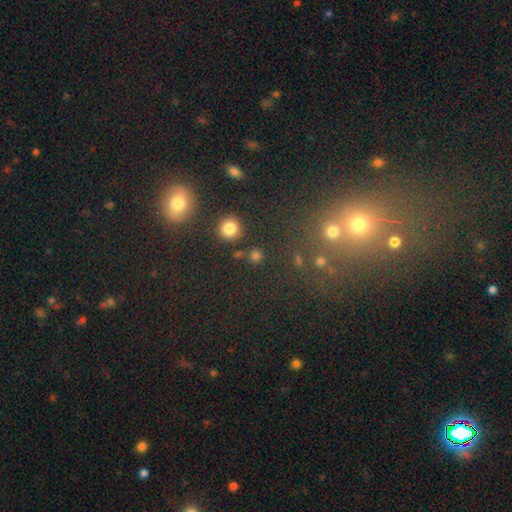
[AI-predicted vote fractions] Smooth or featured? smooth (75%)
How rounded? round (90%)
Merging? none (82%)